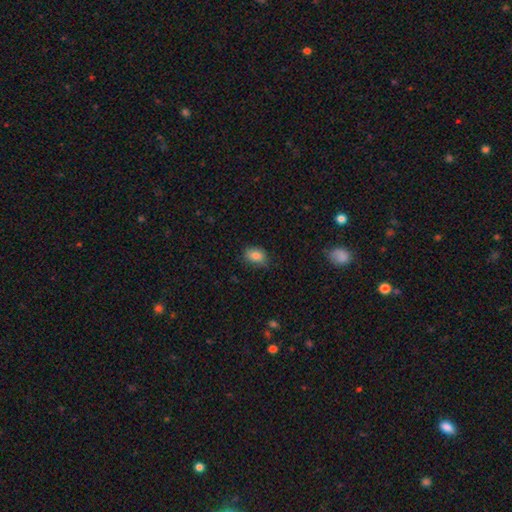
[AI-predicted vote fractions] This is clearly a smooth galaxy (84%). How rounded: likely in between (77%). Merging: likely none (79%).